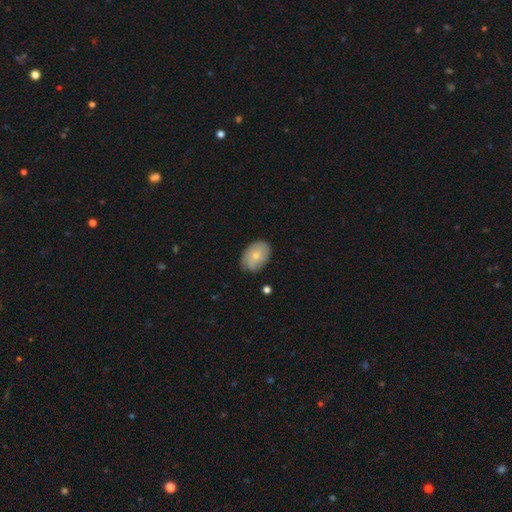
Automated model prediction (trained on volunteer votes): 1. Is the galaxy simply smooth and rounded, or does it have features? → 66% smooth, 27% featured or disk, 7% star or artifact.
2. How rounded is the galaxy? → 79% in between, 20% round, 1% cigar-shaped.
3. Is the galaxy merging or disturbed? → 74% none, 20% minor disturbance, 4% major disturbance, 2% merger.